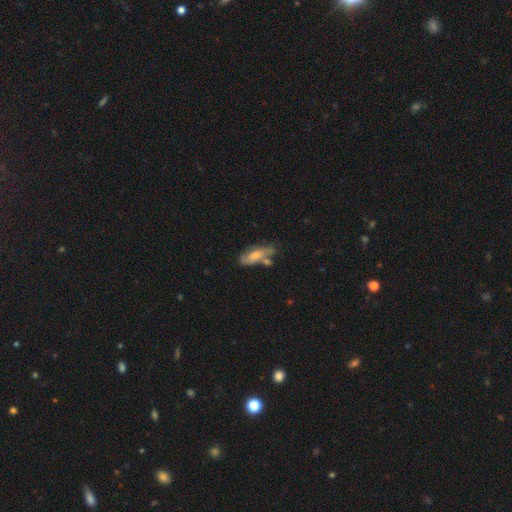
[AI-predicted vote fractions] The model was most divided on "smooth or featured": smooth: 53%, featured or disk: 39%, star or artifact: 7%. Remaining: how rounded — in between (63%); merging — none (46%).